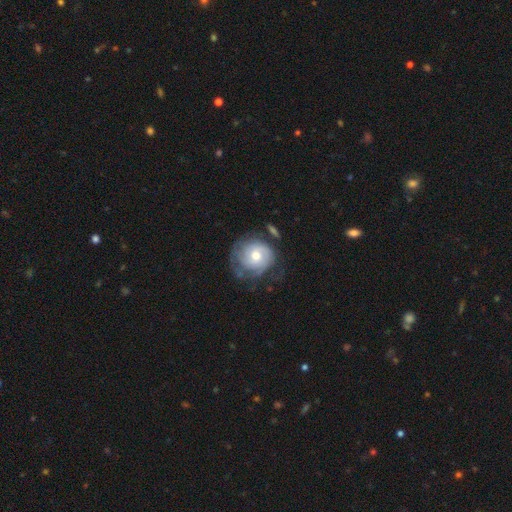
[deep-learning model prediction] Smooth or featured? featured or disk (66%)
Edge-on disk? no (97%)
Bar? no (78%)
Spiral arms? yes (82%)
Spiral winding? tight (68%)
Spiral arm count? can't tell (50%)
Bulge size? moderate (70%)
Merging? none (56%)